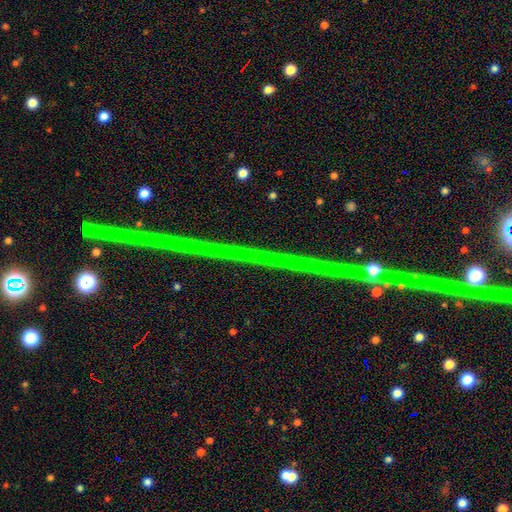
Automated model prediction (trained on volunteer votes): A star or artifact, not a galaxy (85%).

Vote fractions:
- Smooth or featured? star or artifact: 85% / featured or disk: 11% / smooth: 5%